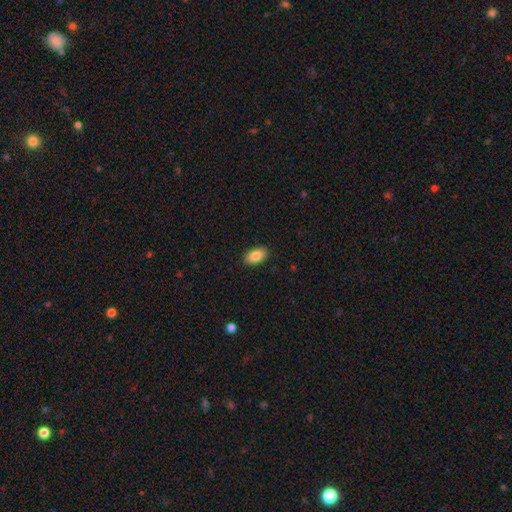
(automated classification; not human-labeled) Smooth or featured: smooth — 87% (star or artifact — 7%)
How rounded: in between — 93% (round — 4%)
Merging: none — 90% (minor disturbance — 8%)